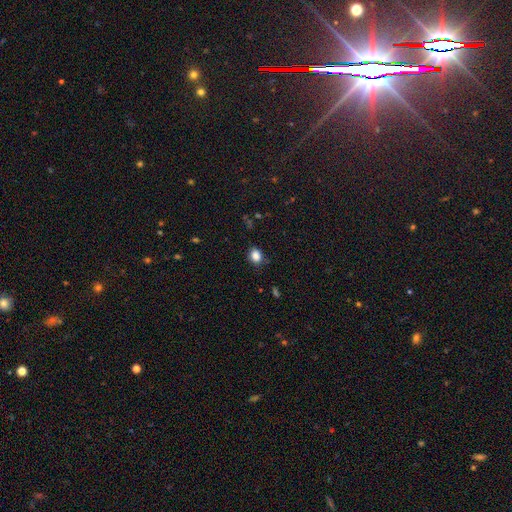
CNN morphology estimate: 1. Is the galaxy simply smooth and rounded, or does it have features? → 85% smooth, 11% star or artifact, 4% featured or disk.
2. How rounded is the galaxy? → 52% in between, 46% round, 1% cigar-shaped.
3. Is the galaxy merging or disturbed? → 77% none, 18% minor disturbance, 4% major disturbance, 1% merger.